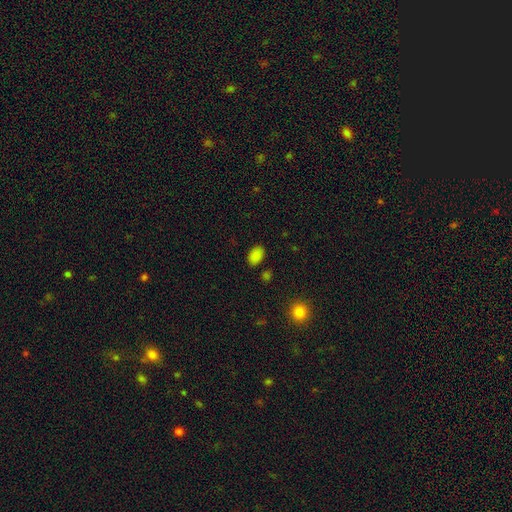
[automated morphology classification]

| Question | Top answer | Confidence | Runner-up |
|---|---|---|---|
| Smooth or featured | smooth | 84% | star or artifact (12%) |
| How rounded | in between | 88% | round (11%) |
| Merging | none | 84% | minor disturbance (10%) |